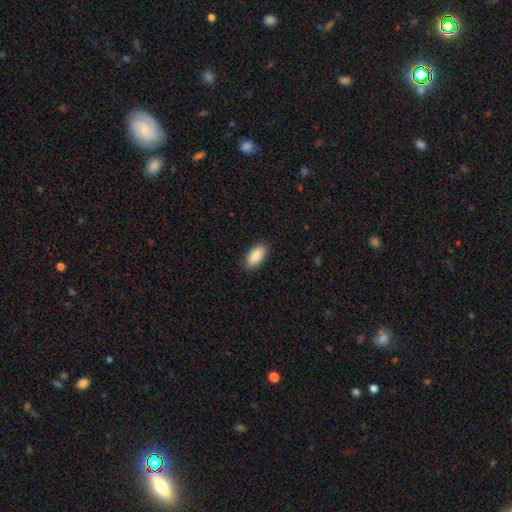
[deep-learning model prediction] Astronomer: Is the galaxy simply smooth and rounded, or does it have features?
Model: smooth — 87%.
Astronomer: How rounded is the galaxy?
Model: in between — 92%.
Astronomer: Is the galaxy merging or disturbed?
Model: none — 89%.